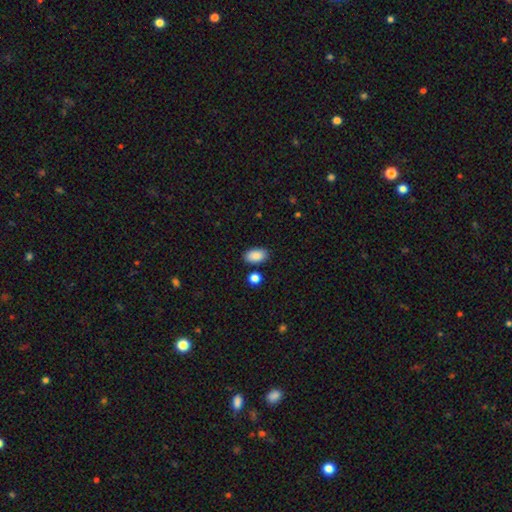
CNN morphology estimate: This is clearly a smooth galaxy (88%). How rounded: clearly in between (93%). Merging: clearly none (84%).